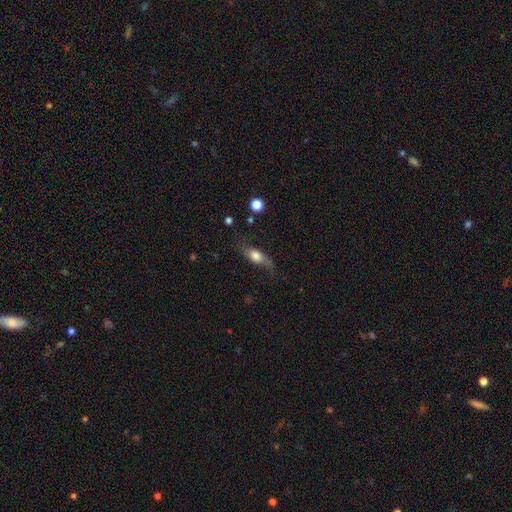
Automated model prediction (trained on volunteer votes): Smooth or featured?
  - smooth: 60% *
  - featured or disk: 31%
  - star or artifact: 9%
How rounded?
  - in between: 70% *
  - cigar-shaped: 19%
  - round: 11%
Merging?
  - none: 56% *
  - minor disturbance: 27%
  - major disturbance: 15%
  - merger: 2%